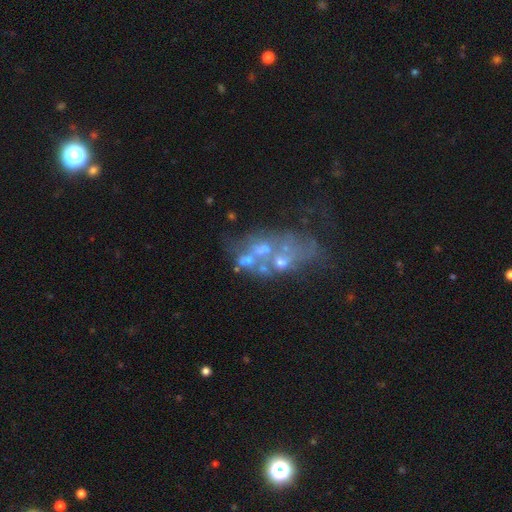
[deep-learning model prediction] A featured or disk galaxy (62%) with no bar (92%), no spiral arms (94%) and no central bulge (54%). Merging: merger (31%).